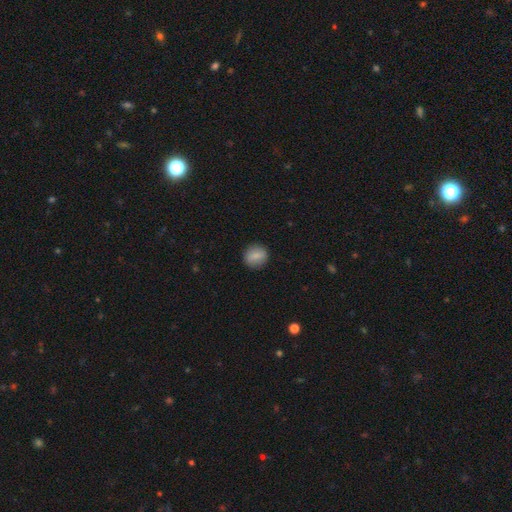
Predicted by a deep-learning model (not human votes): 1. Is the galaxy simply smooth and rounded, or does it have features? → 82% smooth, 10% featured or disk, 8% star or artifact.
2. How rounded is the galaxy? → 84% round, 14% in between, 1% cigar-shaped.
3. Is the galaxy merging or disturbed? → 89% none, 8% minor disturbance, 2% major disturbance, 1% merger.